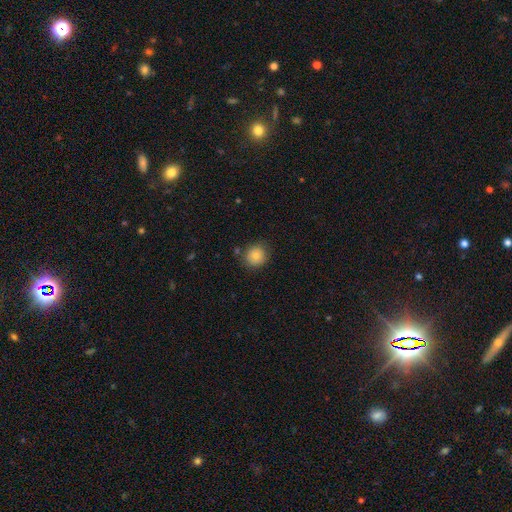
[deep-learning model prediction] smooth_or_featured: smooth (p=0.83) [alt: star or artifact p=0.10]
how_rounded: round (p=0.88) [alt: in between p=0.11]
merging: none (p=0.80) [alt: minor disturbance p=0.13]